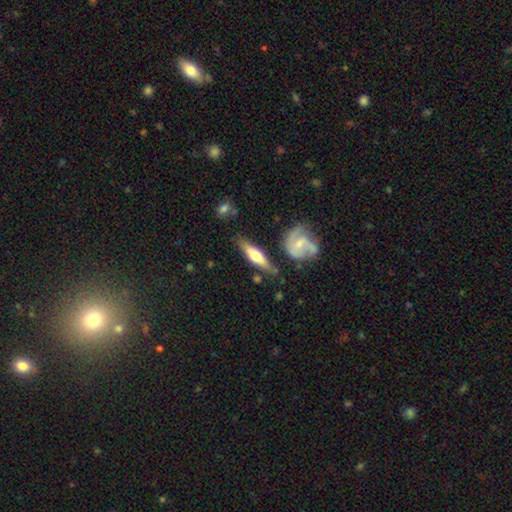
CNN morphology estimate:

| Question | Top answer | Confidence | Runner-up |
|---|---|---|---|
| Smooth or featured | featured or disk | 51% | smooth (44%) |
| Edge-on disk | yes | 87% | no (13%) |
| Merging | none | 72% | minor disturbance (16%) |